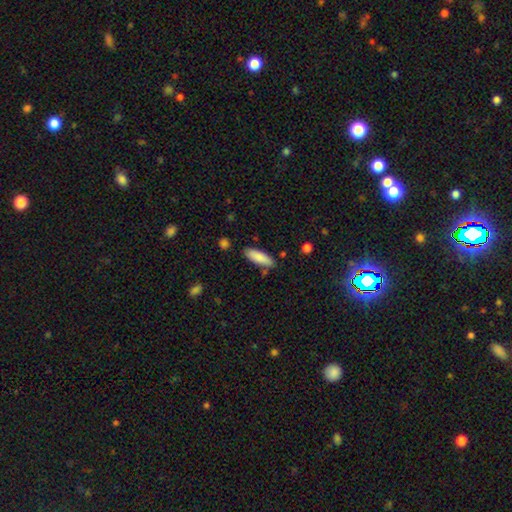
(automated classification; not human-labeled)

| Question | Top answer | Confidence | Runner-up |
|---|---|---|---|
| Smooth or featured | smooth | 75% | star or artifact (13%) |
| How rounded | cigar-shaped | 54% | in between (44%) |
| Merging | none | 84% | minor disturbance (11%) |